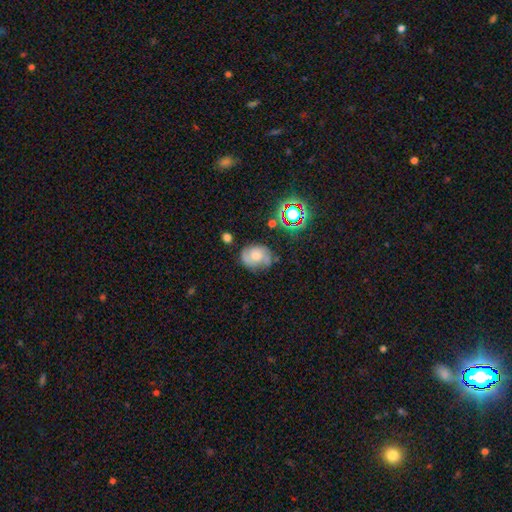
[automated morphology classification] Smooth or featured? featured or disk (60%)
Edge-on disk? no (97%)
Bar? no (69%)
Spiral arms? yes (89%)
Spiral winding? medium (43%)
Spiral arm count? 2 (61%)
Bulge size? moderate (49%)
Merging? none (63%)